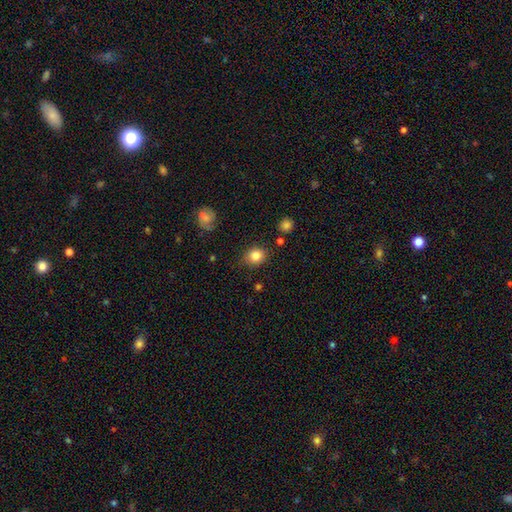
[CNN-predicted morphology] This appears to be a smooth galaxy with no disk features (83%) that is round (61%). Merging: none (80%).